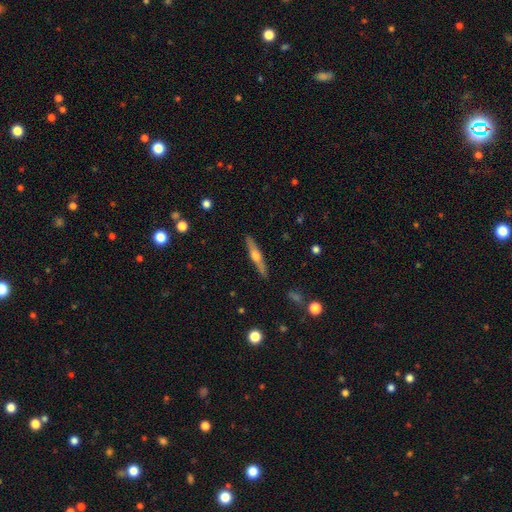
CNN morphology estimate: A featured or disk galaxy (62%) viewed edge-on (96%) with a rounded central bulge (91%). Merging: none (90%).